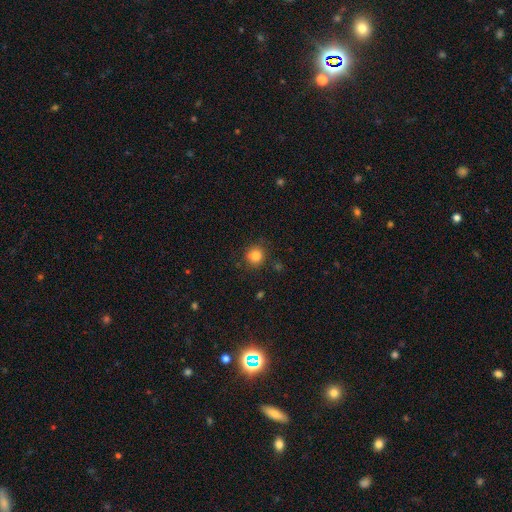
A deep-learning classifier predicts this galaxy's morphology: Smooth or featured? smooth (82%)
How rounded? round (92%)
Merging? none (87%)